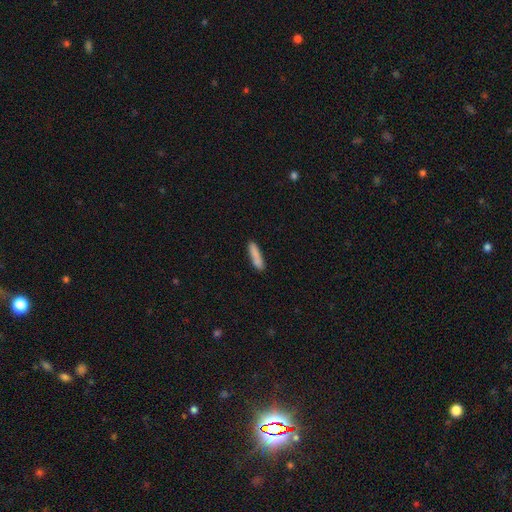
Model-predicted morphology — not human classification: This is clearly a smooth galaxy (86%). How rounded: clearly cigar-shaped (81%). Merging: clearly none (83%).